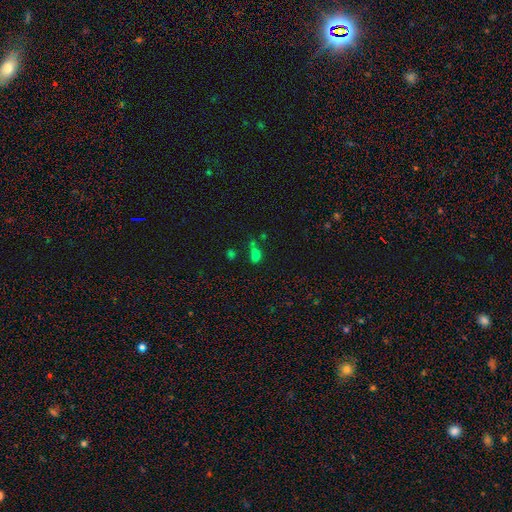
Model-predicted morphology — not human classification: Smooth or featured? smooth (64%)
How rounded? in between (59%)
Merging? none (36%)